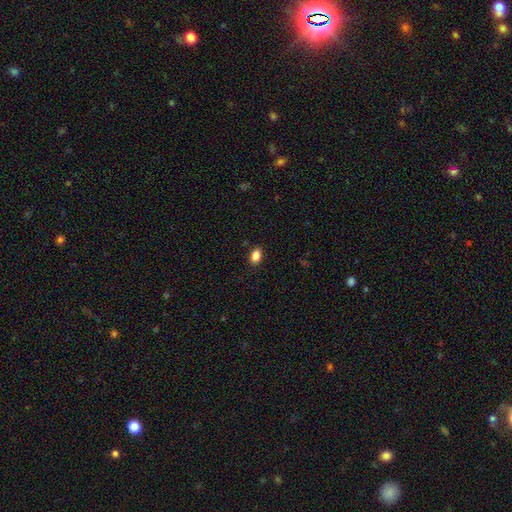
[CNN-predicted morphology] Overall: smooth (86%). How rounded: in between (83%). Merging: none (88%).